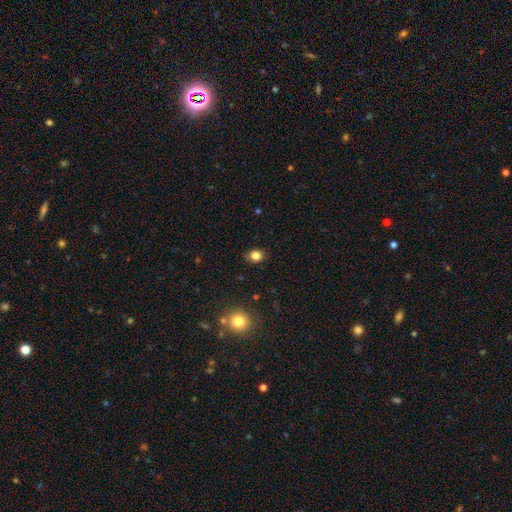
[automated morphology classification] This is clearly a smooth galaxy (83%). How rounded: possibly round (55%). Merging: clearly none (84%).